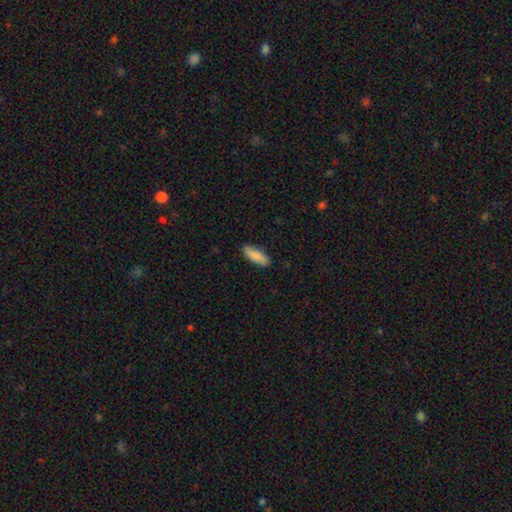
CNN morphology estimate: Smooth or featured? Predicted: smooth (p=0.87). How rounded? Predicted: in between (p=0.66). Merging? Predicted: none (p=0.87).